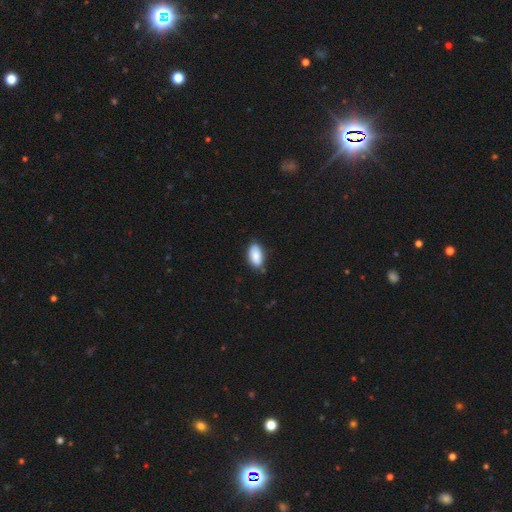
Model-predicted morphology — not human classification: The model was most divided on "merging": none: 75%, minor disturbance: 20%, major disturbance: 3%, merger: 2%. More confident: how rounded — in between (94%); smooth or featured — smooth (87%).